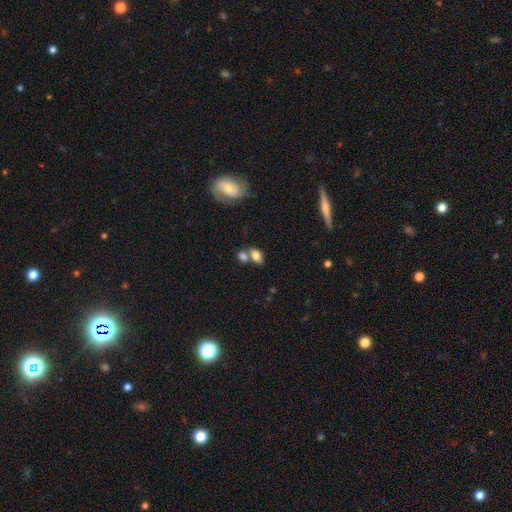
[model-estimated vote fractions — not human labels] A smooth galaxy with no disk features (79%) that is in between round and cigar-shaped (83%).

Vote fractions:
- Smooth or featured? smooth: 79% / featured or disk: 12% / star or artifact: 9%
- How rounded? in between: 83% / round: 15% / cigar-shaped: 2%
- Merging? merger: 43% / none: 41% / minor disturbance: 11% / major disturbance: 5%